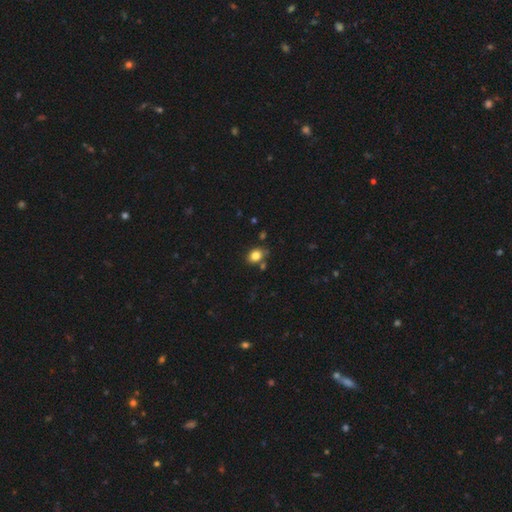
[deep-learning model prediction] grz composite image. It shows a smooth galaxy with no disk features (82%) that is in between round and cigar-shaped (60%). Merging: none (72%).